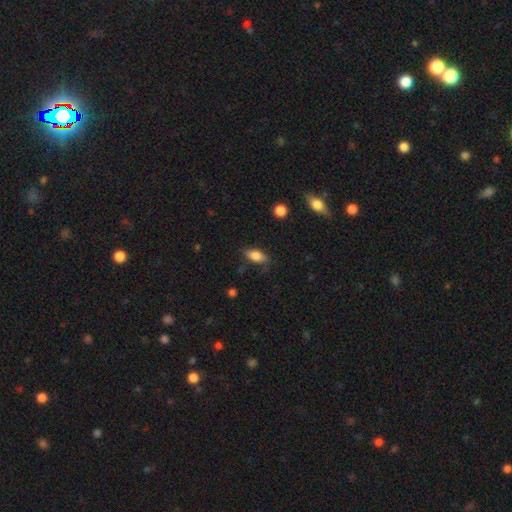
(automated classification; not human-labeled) The model was most divided on "merging": none: 77%, minor disturbance: 17%, major disturbance: 4%, merger: 2%. More confident: how rounded — in between (84%); smooth or featured — smooth (79%).